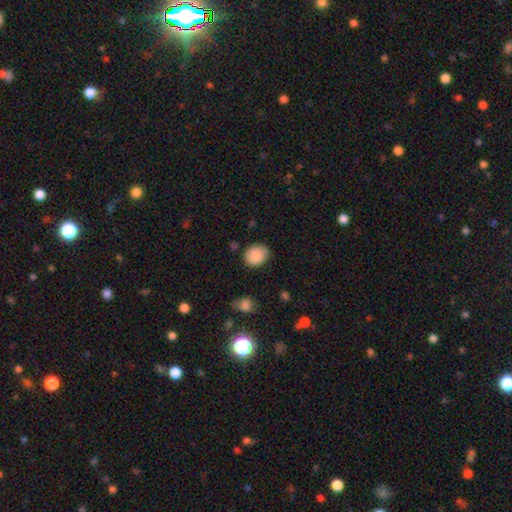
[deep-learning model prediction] smooth_or_featured: smooth (p=0.88) [alt: star or artifact p=0.08]
how_rounded: round (p=0.61) [alt: in between p=0.38]
merging: none (p=0.76) [alt: minor disturbance p=0.18]